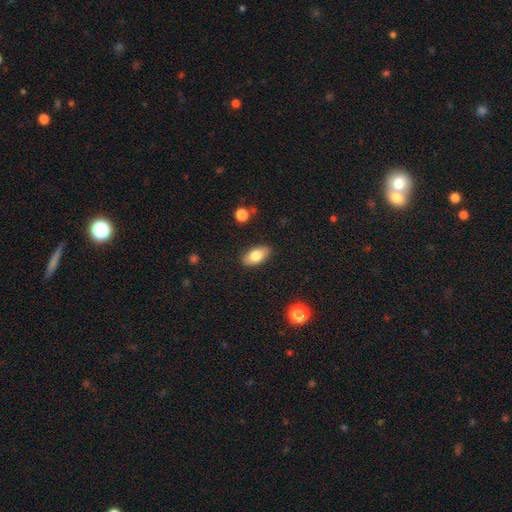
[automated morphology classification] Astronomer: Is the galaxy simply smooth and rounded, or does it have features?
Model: smooth — 78%.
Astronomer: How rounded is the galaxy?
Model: in between — 90%.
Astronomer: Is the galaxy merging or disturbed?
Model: none — 87%.